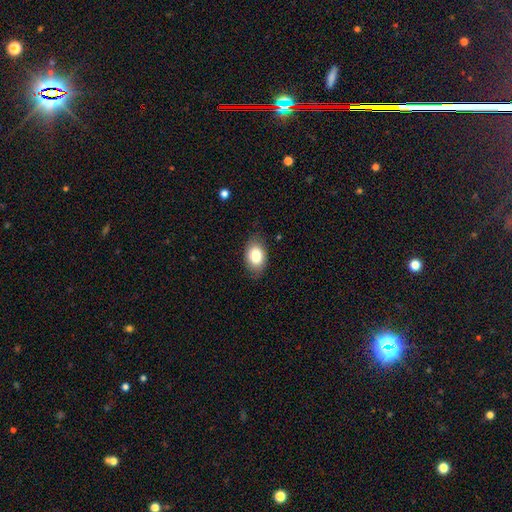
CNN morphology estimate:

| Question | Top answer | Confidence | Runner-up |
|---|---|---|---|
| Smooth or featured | smooth | 83% | featured or disk (10%) |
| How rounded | in between | 84% | round (15%) |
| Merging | none | 82% | minor disturbance (14%) |